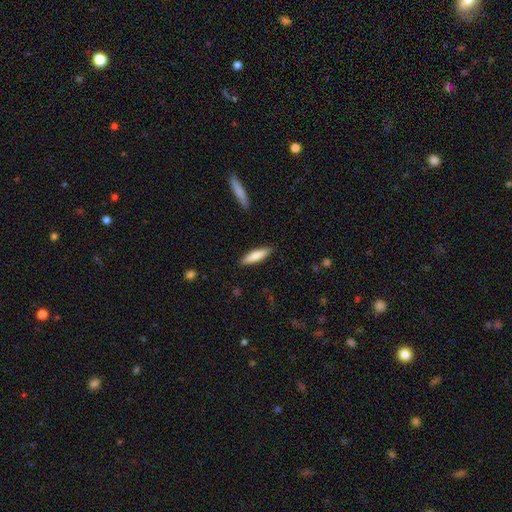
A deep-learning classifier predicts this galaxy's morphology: This appears to be a smooth galaxy with no disk features (74%) that is cigar-shaped (71%). Merging: none (89%).